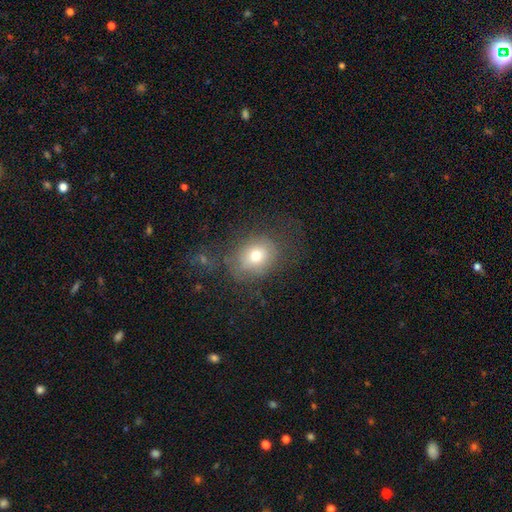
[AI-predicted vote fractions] Smooth or featured? smooth (70%)
How rounded? round (57%)
Merging? none (62%)